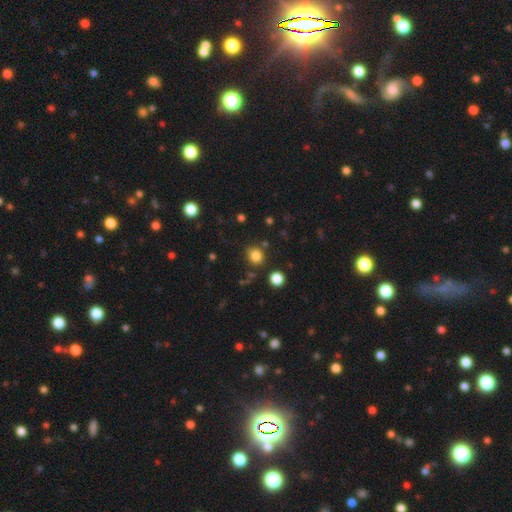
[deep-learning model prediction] Smooth or featured? smooth (82%)
How rounded? round (80%)
Merging? none (78%)